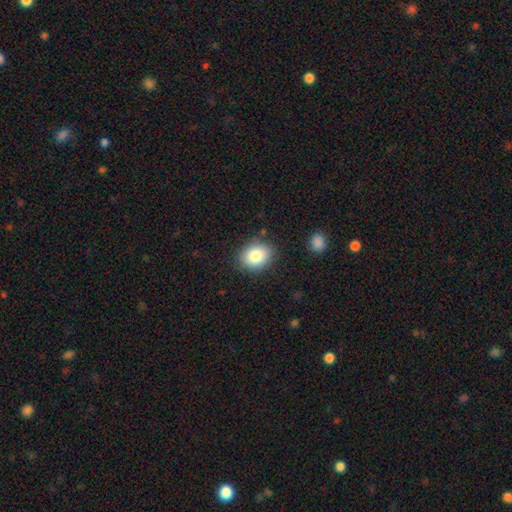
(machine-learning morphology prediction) This is clearly a smooth galaxy (83%). How rounded: possibly in between (56%). Merging: clearly none (84%).